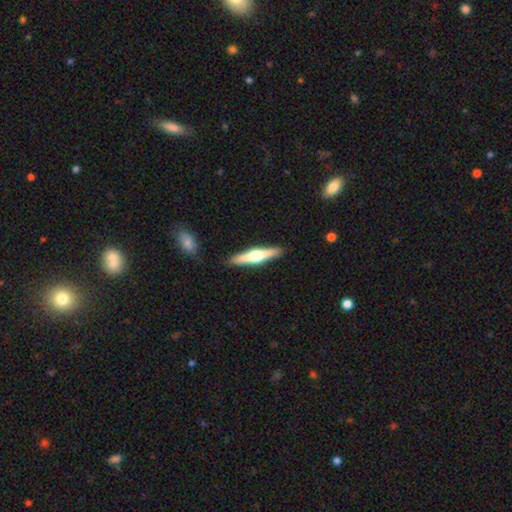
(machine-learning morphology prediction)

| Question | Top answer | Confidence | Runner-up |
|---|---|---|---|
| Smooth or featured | featured or disk | 67% | smooth (28%) |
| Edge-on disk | yes | 97% | no (3%) |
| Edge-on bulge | rounded | 95% | boxy (3%) |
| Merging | none | 91% | minor disturbance (6%) |